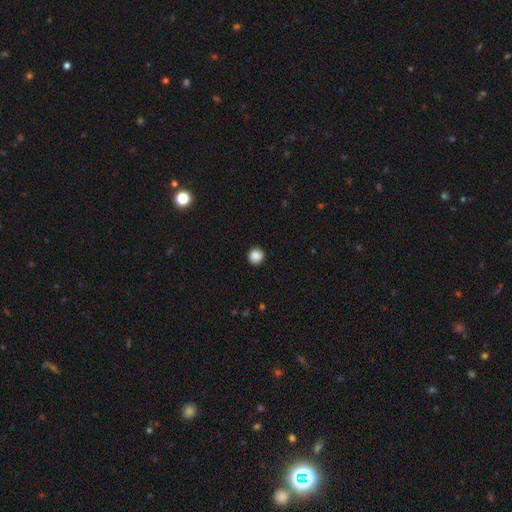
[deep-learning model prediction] A smooth galaxy with no disk features (88%) that is round (94%).

Vote fractions:
- Smooth or featured? smooth: 88% / star or artifact: 10% / featured or disk: 3%
- How rounded? round: 94% / in between: 5% / cigar-shaped: 1%
- Merging? none: 92% / minor disturbance: 6% / major disturbance: 2% / merger: 1%